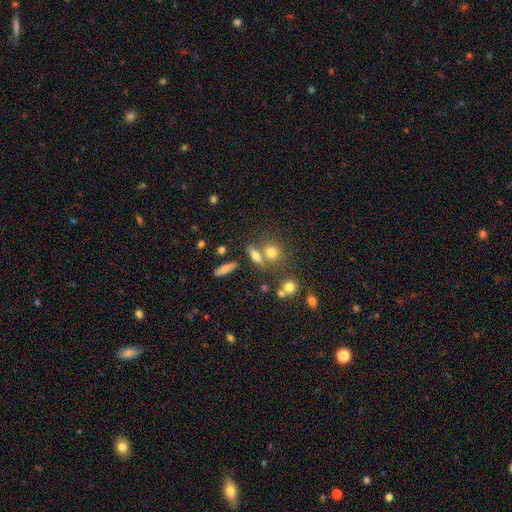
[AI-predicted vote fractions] Smooth or featured? smooth (67%)
How rounded? in between (45%)
Merging? none (58%)